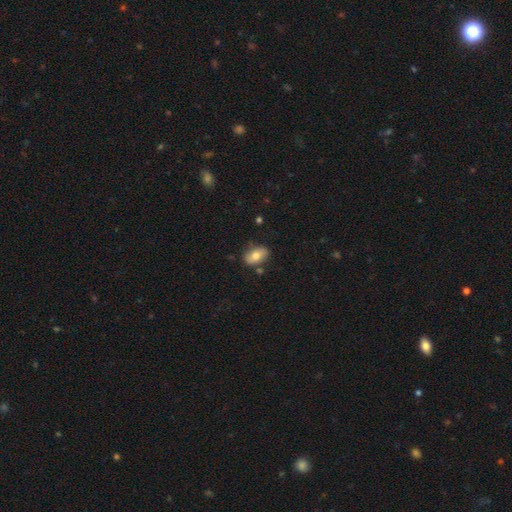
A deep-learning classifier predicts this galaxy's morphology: Smooth or featured?
  - smooth: 76% *
  - featured or disk: 16%
  - star or artifact: 8%
How rounded?
  - in between: 90% *
  - round: 8%
  - cigar-shaped: 2%
Merging?
  - none: 78% *
  - minor disturbance: 15%
  - merger: 4%
  - major disturbance: 3%